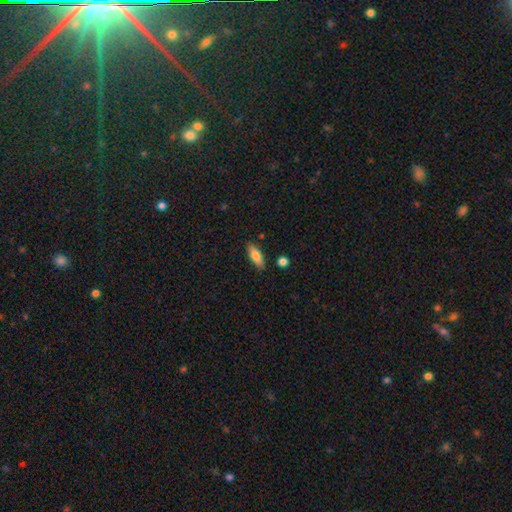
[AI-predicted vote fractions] Smooth or featured? smooth (78%)
How rounded? in between (63%)
Merging? none (85%)